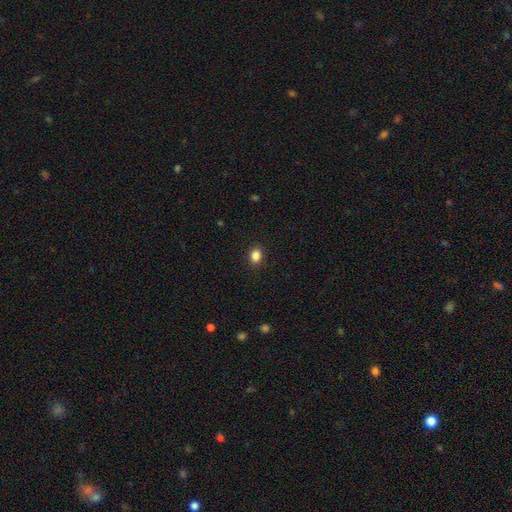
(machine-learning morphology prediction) A smooth galaxy with no disk features (85%) that is in between round and cigar-shaped (53%).

Vote fractions:
- Smooth or featured? smooth: 85% / star or artifact: 11% / featured or disk: 4%
- How rounded? in between: 53% / round: 46% / cigar-shaped: 1%
- Merging? none: 90% / minor disturbance: 7% / major disturbance: 2% / merger: 1%